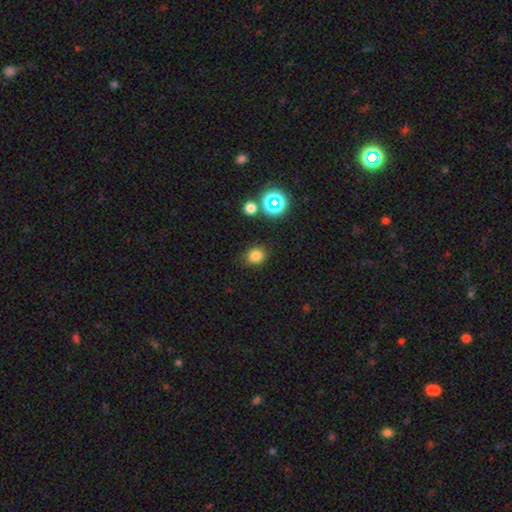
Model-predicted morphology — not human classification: This appears to be a smooth galaxy with no disk features (79%) that is round (77%). Merging: none (86%).